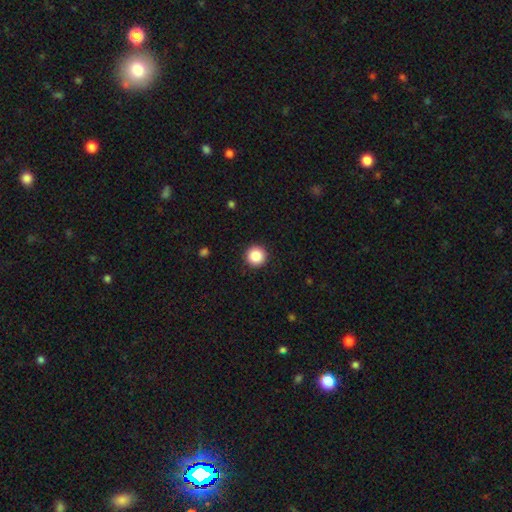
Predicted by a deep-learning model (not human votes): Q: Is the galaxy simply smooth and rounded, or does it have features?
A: smooth — 87%.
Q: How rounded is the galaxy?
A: round — 97%.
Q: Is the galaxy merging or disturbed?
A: none — 93%.